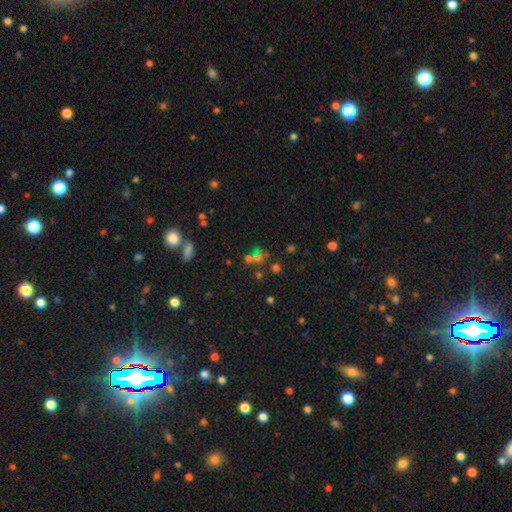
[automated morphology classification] Smooth or featured: smooth — 44% (star or artifact — 39%)
Merging: none — 49% (merger — 33%)